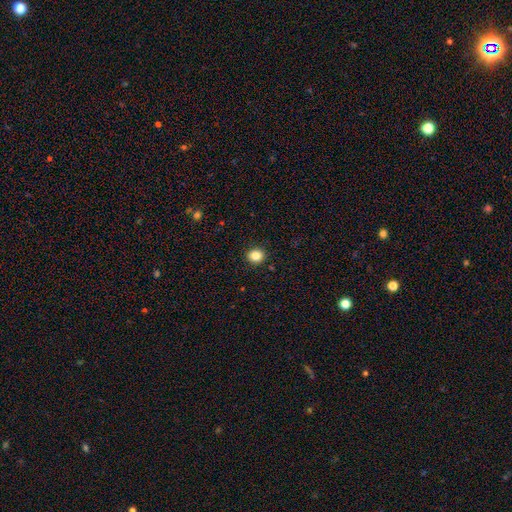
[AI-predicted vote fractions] Smooth or featured?
  - smooth: 84% *
  - star or artifact: 11%
  - featured or disk: 5%
How rounded?
  - round: 80% *
  - in between: 19%
  - cigar-shaped: 1%
Merging?
  - none: 92% *
  - minor disturbance: 5%
  - major disturbance: 2%
  - merger: 1%